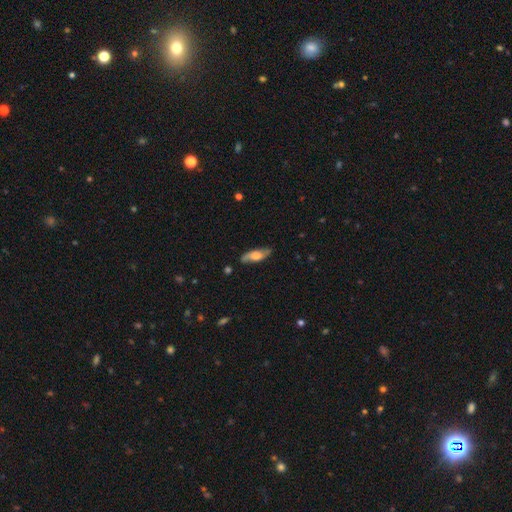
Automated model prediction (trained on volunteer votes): smooth-or-featured: featured or disk: 50% | smooth: 44% | star or artifact: 6%
  disk-edge-on: no: 56% | yes: 44%
  merging: none: 80% | minor disturbance: 15% | major disturbance: 3% | merger: 1%